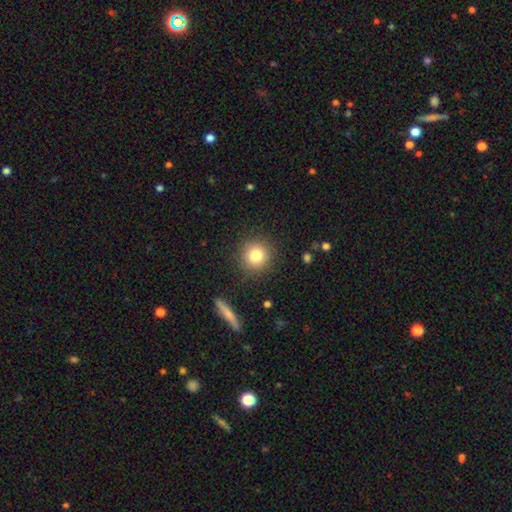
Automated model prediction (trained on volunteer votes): A smooth galaxy with no disk features (80%) that is round (93%).

Vote fractions:
- Smooth or featured? smooth: 80% / star or artifact: 11% / featured or disk: 9%
- How rounded? round: 93% / in between: 6% / cigar-shaped: 1%
- Merging? none: 88% / minor disturbance: 8% / major disturbance: 3% / merger: 2%